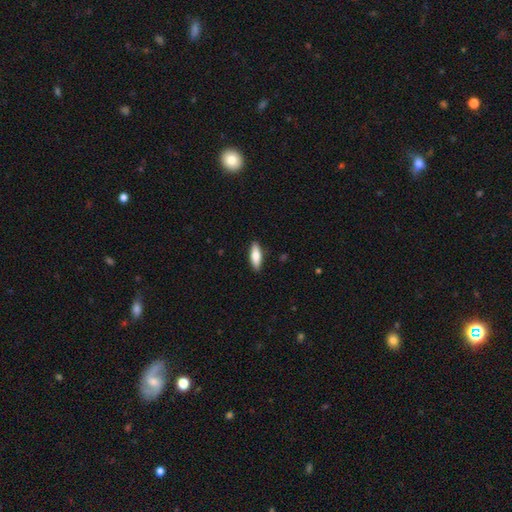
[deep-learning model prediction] Smooth or featured: smooth — 75% (featured or disk — 19%)
How rounded: in between — 59% (cigar-shaped — 39%)
Merging: none — 89% (minor disturbance — 8%)